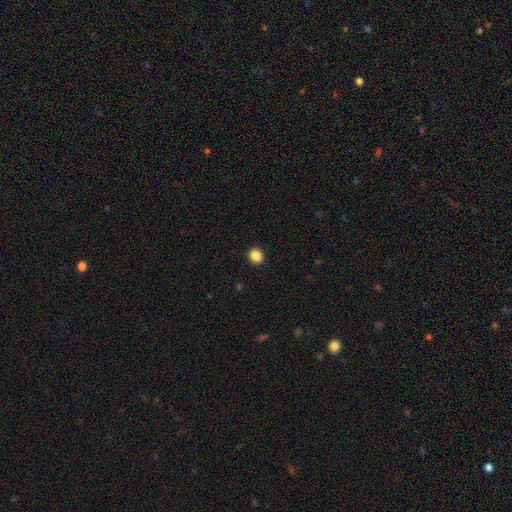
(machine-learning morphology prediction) This is clearly a smooth galaxy (87%). How rounded: clearly round (83%). Merging: clearly none (93%).